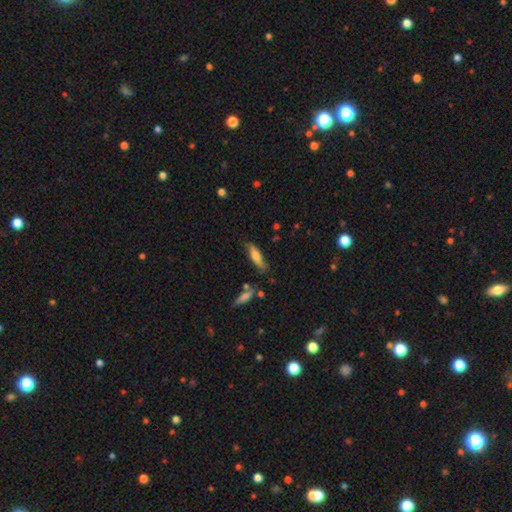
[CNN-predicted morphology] smooth-or-featured: smooth: 62% | featured or disk: 32% | star or artifact: 7%
  how-rounded: cigar-shaped: 64% | in between: 34% | round: 2%
  merging: none: 70% | minor disturbance: 20% | merger: 5% | major disturbance: 5%